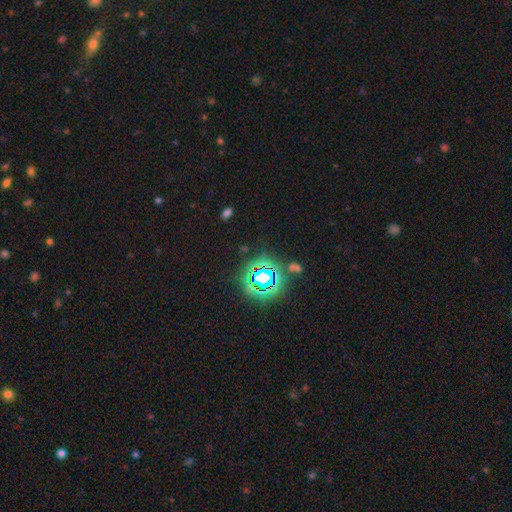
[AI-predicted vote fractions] smooth-or-featured: star or artifact: 82% | smooth: 12% | featured or disk: 6%